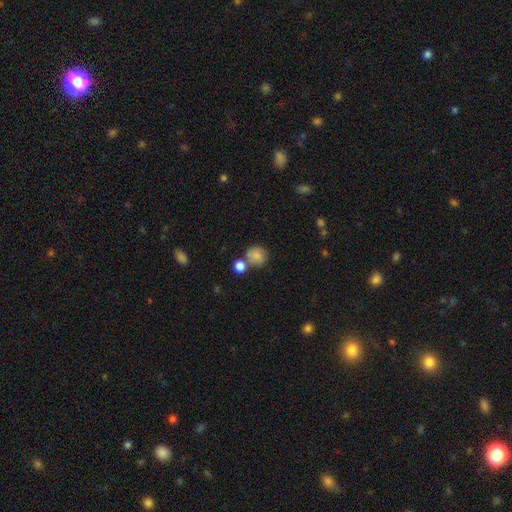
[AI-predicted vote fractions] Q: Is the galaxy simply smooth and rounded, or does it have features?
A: smooth — 79%.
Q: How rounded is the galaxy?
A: round — 78%.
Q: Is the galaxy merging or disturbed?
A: none — 53%.